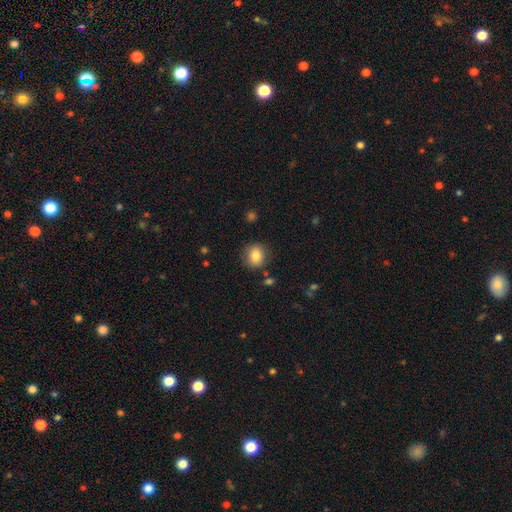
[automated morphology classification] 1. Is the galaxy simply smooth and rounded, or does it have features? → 82% smooth, 9% star or artifact, 9% featured or disk.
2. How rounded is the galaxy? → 77% round, 22% in between, 1% cigar-shaped.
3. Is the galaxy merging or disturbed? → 84% none, 11% minor disturbance, 3% major disturbance, 2% merger.